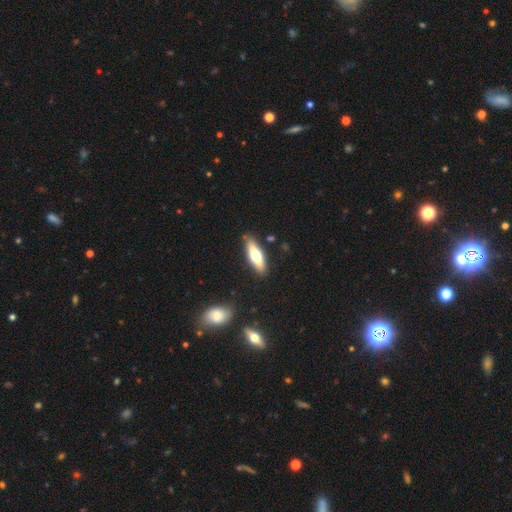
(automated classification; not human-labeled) Smooth or featured?
  - smooth: 55% *
  - featured or disk: 39%
  - star or artifact: 6%
How rounded?
  - cigar-shaped: 56% *
  - in between: 42%
  - round: 2%
Merging?
  - none: 84% *
  - minor disturbance: 11%
  - major disturbance: 2%
  - merger: 2%